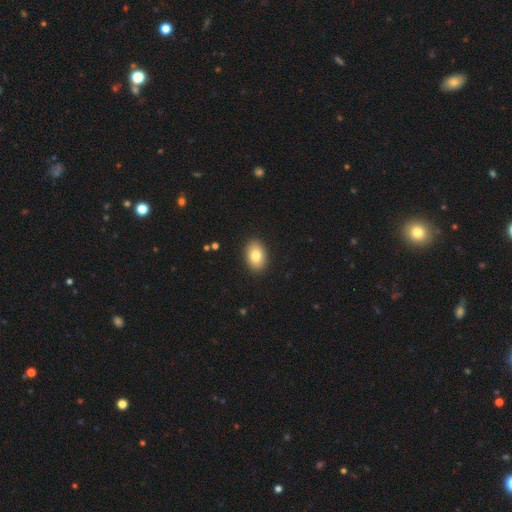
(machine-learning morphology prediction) Smooth or featured: smooth — 81% (featured or disk — 11%)
How rounded: in between — 84% (round — 15%)
Merging: none — 90% (minor disturbance — 7%)